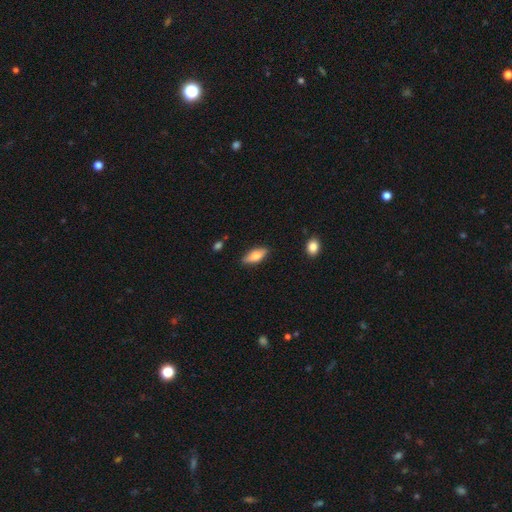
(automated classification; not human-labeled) smooth-or-featured: smooth: 73% | featured or disk: 21% | star or artifact: 6%
  how-rounded: in between: 78% | cigar-shaped: 19% | round: 3%
  merging: none: 85% | minor disturbance: 11% | major disturbance: 2% | merger: 1%